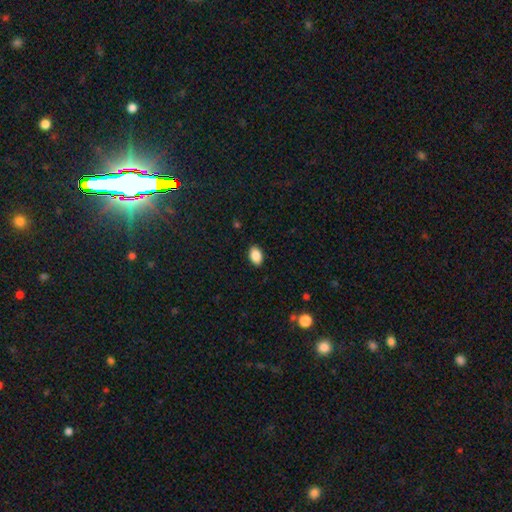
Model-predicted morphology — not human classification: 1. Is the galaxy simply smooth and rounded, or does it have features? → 89% smooth, 8% star or artifact, 4% featured or disk.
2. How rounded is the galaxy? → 89% in between, 9% round, 1% cigar-shaped.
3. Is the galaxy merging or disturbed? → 89% none, 8% minor disturbance, 2% major disturbance, 1% merger.